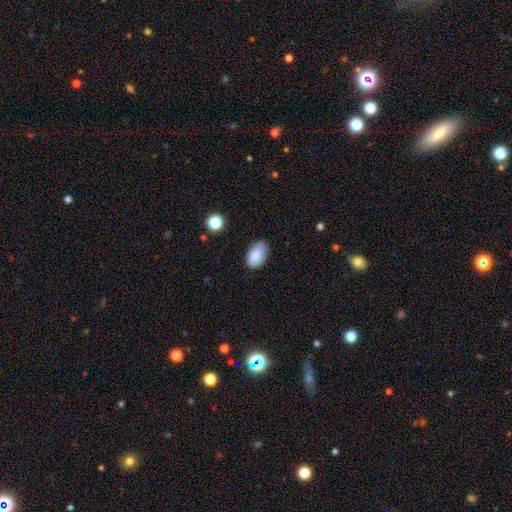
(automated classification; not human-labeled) smooth 87%, star or artifact 8%, featured or disk 6%. Down the decision tree: how rounded — in between (92%); merging — none (76%).